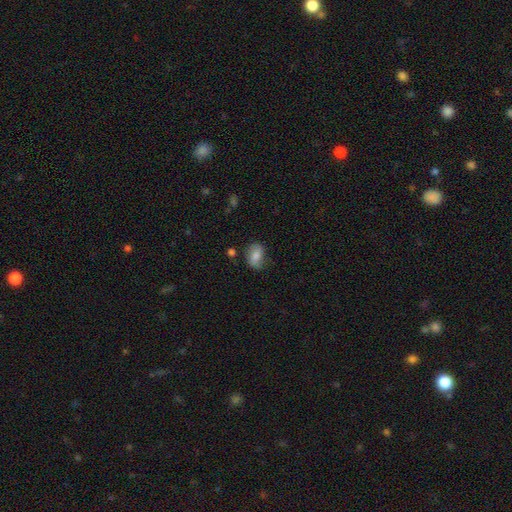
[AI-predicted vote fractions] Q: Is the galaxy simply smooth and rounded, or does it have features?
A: smooth — 67%.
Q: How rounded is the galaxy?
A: in between — 79%.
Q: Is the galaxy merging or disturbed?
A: none — 67%.